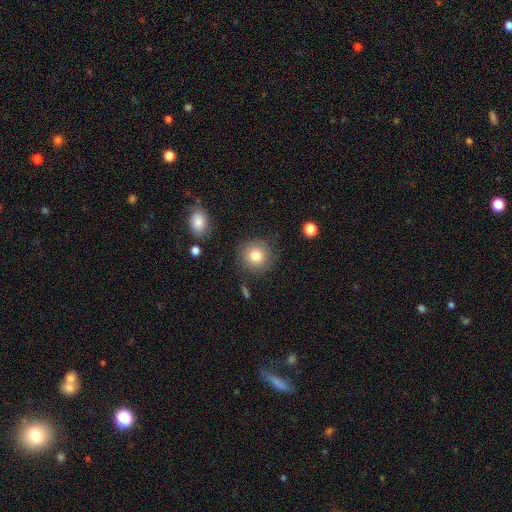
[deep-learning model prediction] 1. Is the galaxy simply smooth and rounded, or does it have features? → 79% smooth, 11% featured or disk, 10% star or artifact.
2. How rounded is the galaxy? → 93% round, 6% in between, 1% cigar-shaped.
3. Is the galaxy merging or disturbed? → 84% none, 10% minor disturbance, 4% major disturbance, 2% merger.